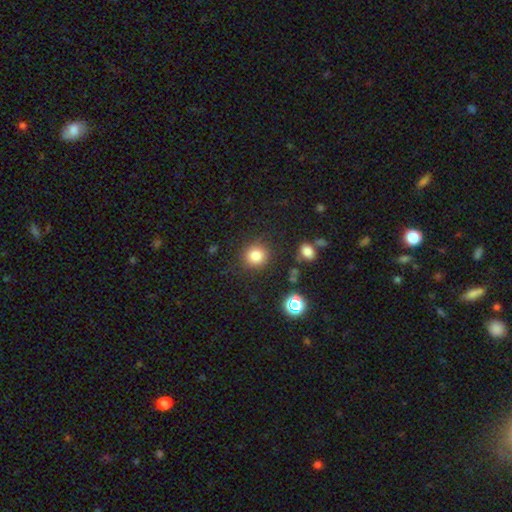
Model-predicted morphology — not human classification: type=smooth (82%); roundness=round (89%); merging=none (86%).